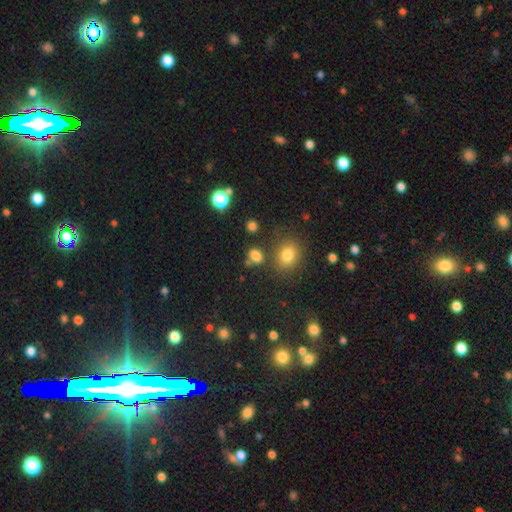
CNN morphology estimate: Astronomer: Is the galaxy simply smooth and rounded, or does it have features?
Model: smooth — 78%.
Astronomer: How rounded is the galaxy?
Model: in between — 55% (runner-up: round, 44%).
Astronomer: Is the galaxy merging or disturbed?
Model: none — 69%.